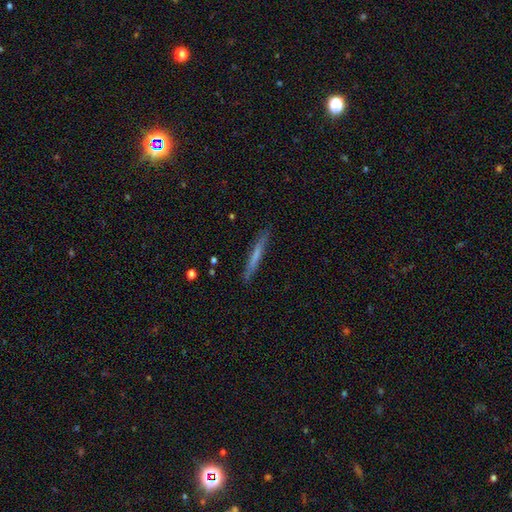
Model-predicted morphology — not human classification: Smooth or featured: smooth — 58% (featured or disk — 36%)
How rounded: cigar-shaped — 96% (in between — 2%)
Merging: none — 89% (minor disturbance — 8%)